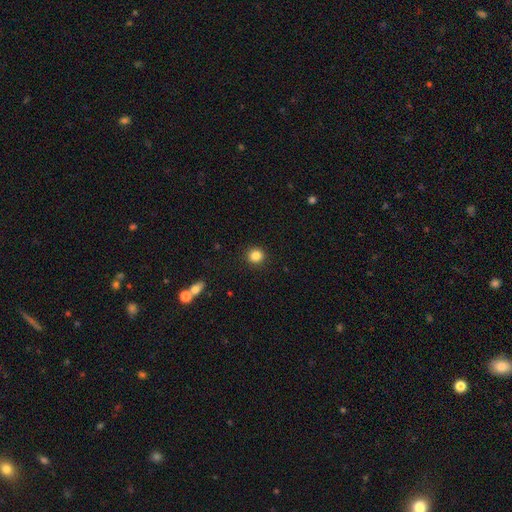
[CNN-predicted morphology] smooth 85%, star or artifact 11%, featured or disk 4%. Down the decision tree: how rounded — round (92%); merging — none (92%).